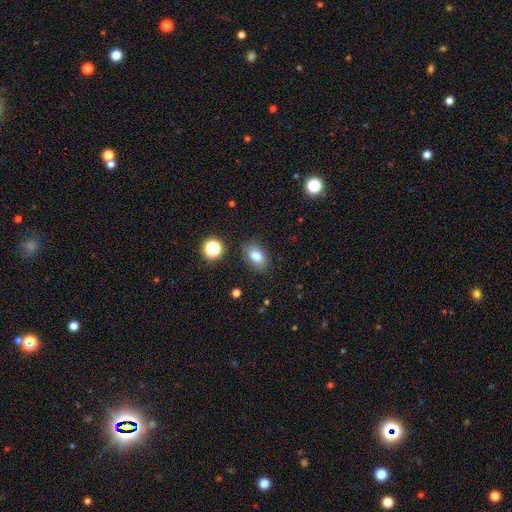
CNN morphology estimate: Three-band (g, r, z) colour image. It shows a smooth galaxy with no disk features (79%) that is in between round and cigar-shaped (81%). Merging: none (85%).